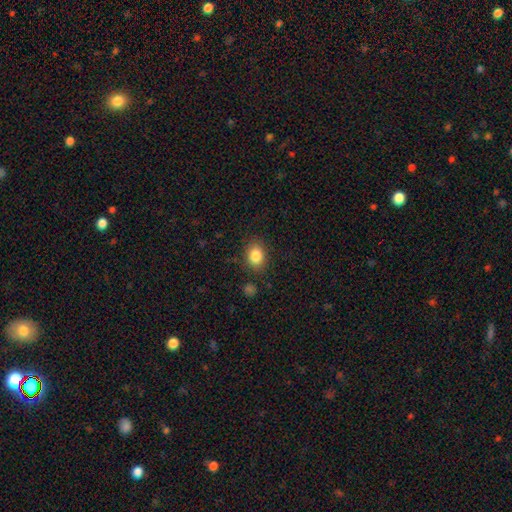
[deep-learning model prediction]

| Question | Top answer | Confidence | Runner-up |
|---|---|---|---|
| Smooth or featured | smooth | 85% | star or artifact (9%) |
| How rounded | in between | 57% | round (42%) |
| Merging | none | 84% | minor disturbance (11%) |